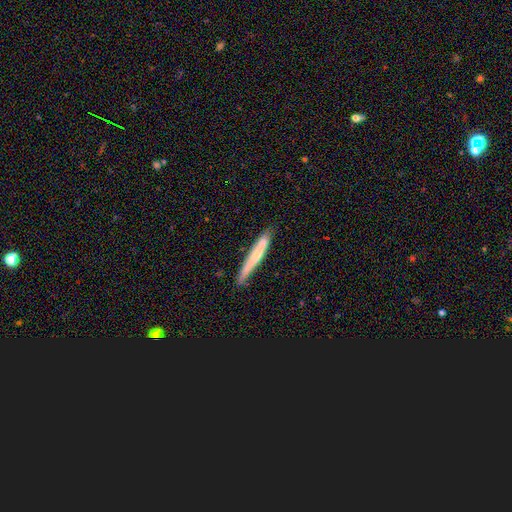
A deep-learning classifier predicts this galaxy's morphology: A smooth galaxy with no disk features (58%) that is cigar-shaped (95%). Merging: none (74%).